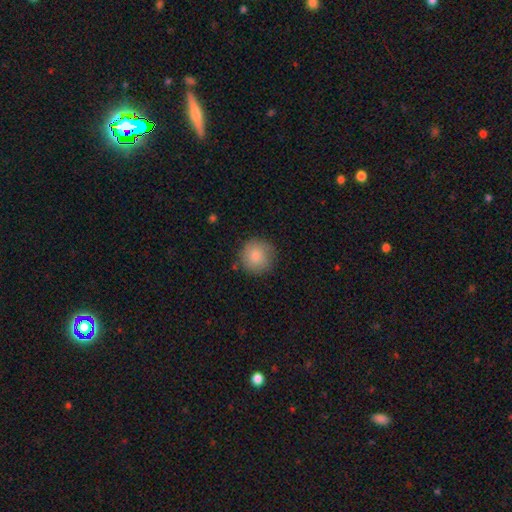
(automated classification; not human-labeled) This appears to be a smooth galaxy with no disk features (84%) that is round (94%). Merging: none (83%).